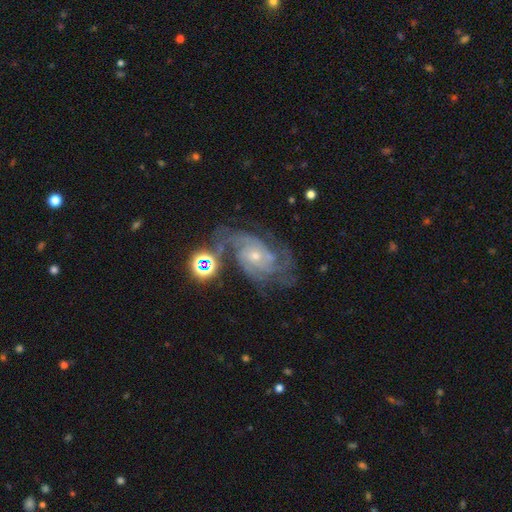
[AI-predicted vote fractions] smooth-or-featured: featured or disk: 86% | star or artifact: 8% | smooth: 5%
  disk-edge-on: no: 97% | yes: 3%
    bar: no: 67% | weak: 26% | strong: 6%
    has-spiral-arms: yes: 97% | no: 3%
      spiral-winding: tight: 53% | medium: 38% | loose: 9%
      spiral-arm-count: 3: 28% | can't tell: 23% | 2: 18% | 4: 17% | more than 4: 7% | 1: 6%
    bulge-size: small: 65% | moderate: 30% | none: 2% | large: 1% | dominant: 1%
  merging: none: 61% | minor disturbance: 19% | major disturbance: 13% | merger: 7%